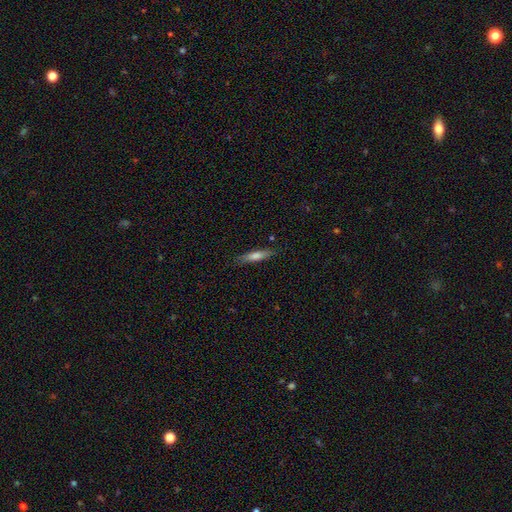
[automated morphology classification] Overall: smooth (57%; featured or disk 36%). How rounded: cigar-shaped (88%). Merging: none (87%).